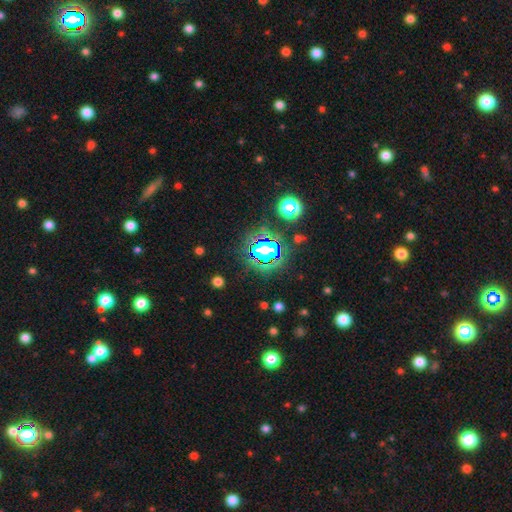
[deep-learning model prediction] smooth-or-featured: star or artifact: 67% | smooth: 23% | featured or disk: 10%